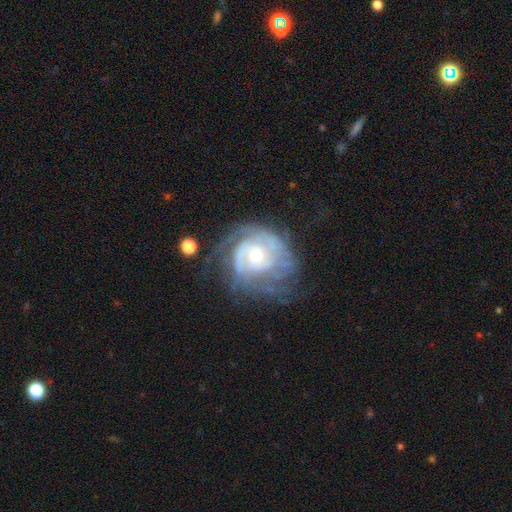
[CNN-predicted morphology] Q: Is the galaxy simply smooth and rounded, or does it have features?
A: featured or disk — 85%.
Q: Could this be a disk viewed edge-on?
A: no — 97%.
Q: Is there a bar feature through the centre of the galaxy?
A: no — 72%.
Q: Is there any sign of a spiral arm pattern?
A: yes — 93%.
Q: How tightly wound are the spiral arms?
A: tight — 64%.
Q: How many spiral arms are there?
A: can't tell — 37%.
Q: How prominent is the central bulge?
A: small — 52%.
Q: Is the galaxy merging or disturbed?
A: none — 59%.